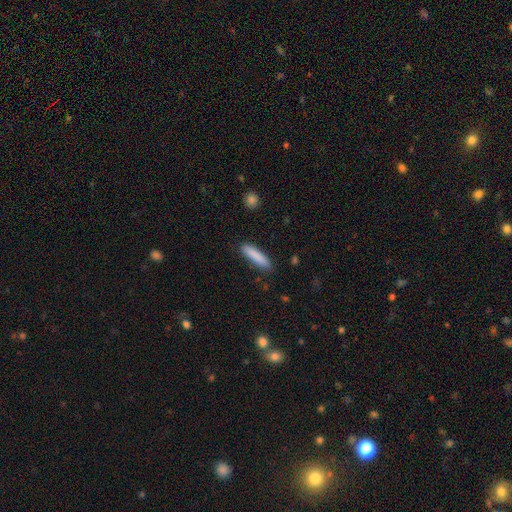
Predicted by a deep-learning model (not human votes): This appears to be a smooth galaxy with no disk features (86%) that is cigar-shaped (81%). Merging: none (87%).